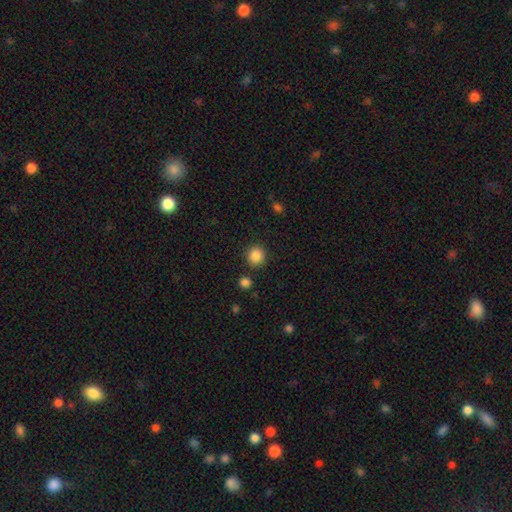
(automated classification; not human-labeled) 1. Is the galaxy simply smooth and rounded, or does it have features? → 87% smooth, 10% star or artifact, 3% featured or disk.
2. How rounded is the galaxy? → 92% round, 7% in between, 1% cigar-shaped.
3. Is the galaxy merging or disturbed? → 88% none, 6% minor disturbance, 4% merger, 2% major disturbance.